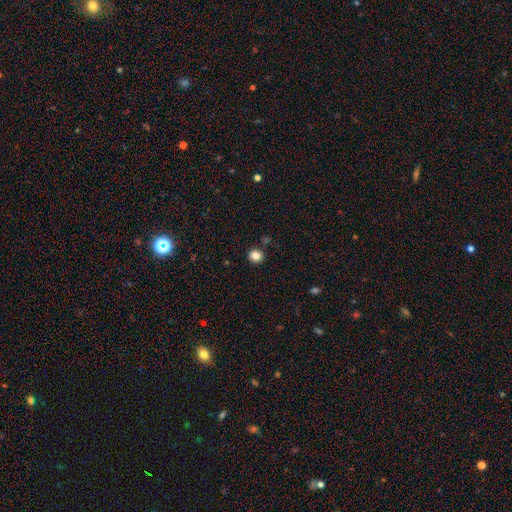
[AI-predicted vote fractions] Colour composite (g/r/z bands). It shows a smooth galaxy with no disk features (84%) that is round (86%). Merging: none (89%).